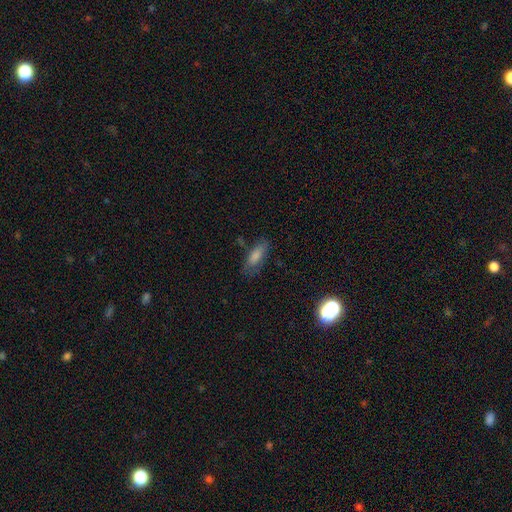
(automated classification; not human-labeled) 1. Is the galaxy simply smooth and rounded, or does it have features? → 76% smooth, 16% featured or disk, 8% star or artifact.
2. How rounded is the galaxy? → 69% in between, 28% cigar-shaped, 2% round.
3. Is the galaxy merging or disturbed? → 68% none, 21% minor disturbance, 7% major disturbance, 3% merger.